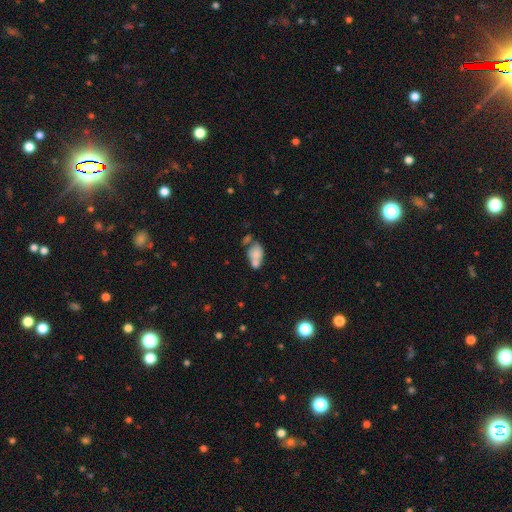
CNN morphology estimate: Smooth or featured? Predicted: smooth (p=0.70). How rounded? Predicted: in between (p=0.80). Merging? Predicted: merger (p=0.56).